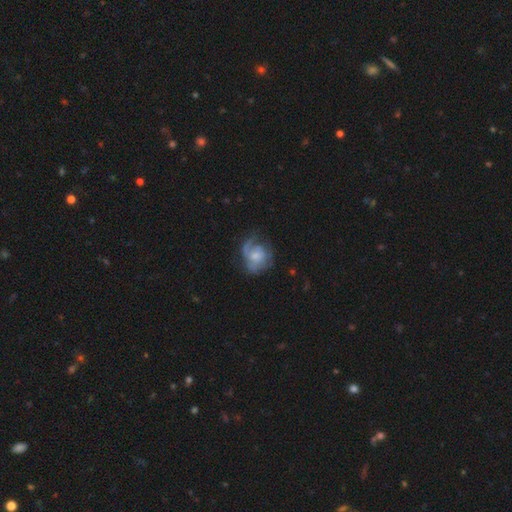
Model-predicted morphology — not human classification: This appears to be a featured or disk galaxy (64%) with no bar (68%), 2 (33%) medium (41%) spiral arms (81%) and a small central bulge (40%). Merging: none (51%).